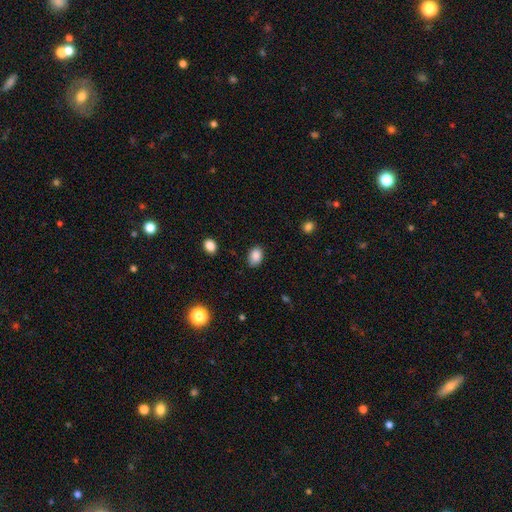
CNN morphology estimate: Smooth or featured? smooth (87%)
How rounded? in between (80%)
Merging? none (84%)